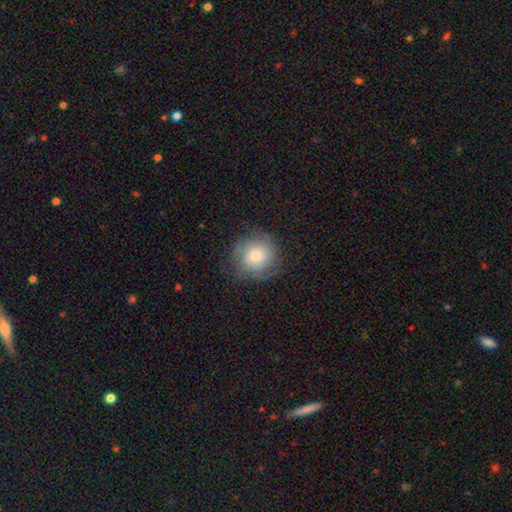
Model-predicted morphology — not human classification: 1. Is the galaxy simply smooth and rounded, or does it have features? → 52% featured or disk, 39% smooth, 8% star or artifact.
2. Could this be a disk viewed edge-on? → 97% no, 3% yes.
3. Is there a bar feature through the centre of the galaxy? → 81% no, 16% weak, 3% strong.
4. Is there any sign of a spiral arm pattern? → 87% yes, 13% no.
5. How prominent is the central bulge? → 47% moderate, 36% small, 12% large, 2% dominant, 2% none.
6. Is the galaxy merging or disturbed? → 73% none, 17% minor disturbance, 9% major disturbance, 1% merger.